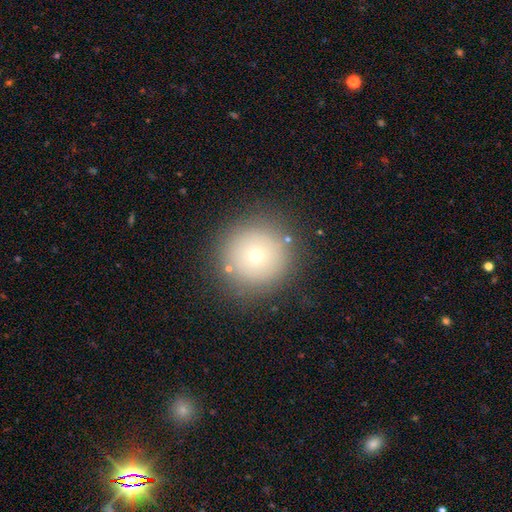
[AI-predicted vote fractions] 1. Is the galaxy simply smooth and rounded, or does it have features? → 68% smooth, 17% featured or disk, 14% star or artifact.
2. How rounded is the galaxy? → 95% round, 4% in between, 1% cigar-shaped.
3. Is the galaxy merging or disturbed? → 84% none, 10% minor disturbance, 4% major disturbance, 3% merger.